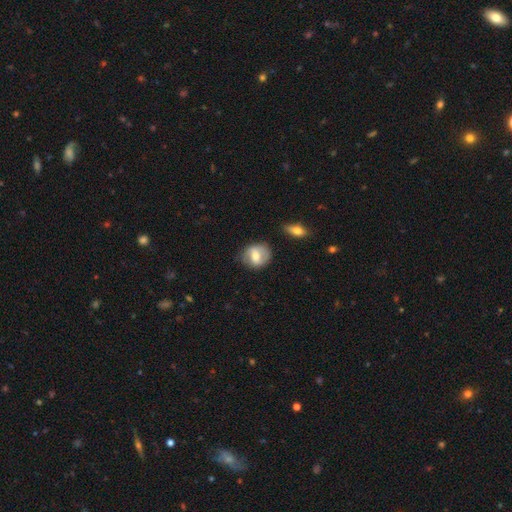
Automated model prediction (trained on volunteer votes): Q: Smooth or featured?
A: smooth (53%); runner-up: featured or disk (40%)
Q: How rounded?
A: round (63%); runner-up: in between (36%)
Q: Merging?
A: none (70%); runner-up: minor disturbance (21%)